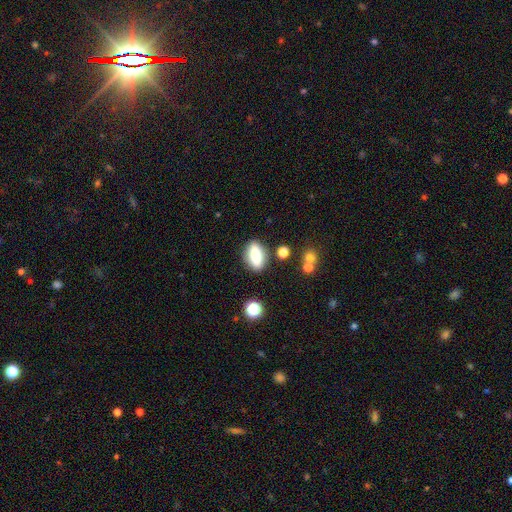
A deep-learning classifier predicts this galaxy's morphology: Q: Smooth or featured?
A: smooth (73%); runner-up: featured or disk (18%)
Q: How rounded?
A: in between (74%); runner-up: cigar-shaped (18%)
Q: Merging?
A: none (82%); runner-up: minor disturbance (11%)